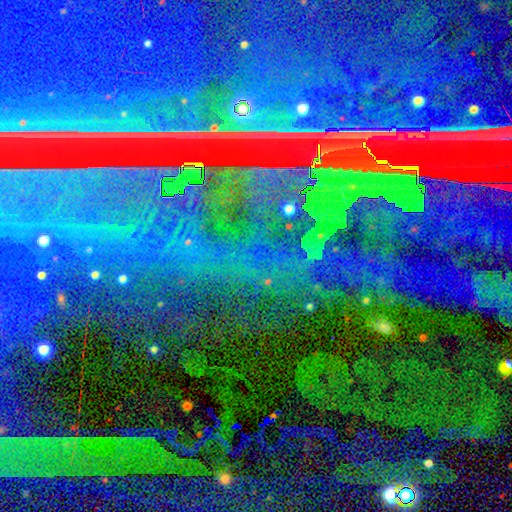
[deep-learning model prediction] smooth_or_featured: star or artifact (p=0.81) [alt: featured or disk p=0.13]